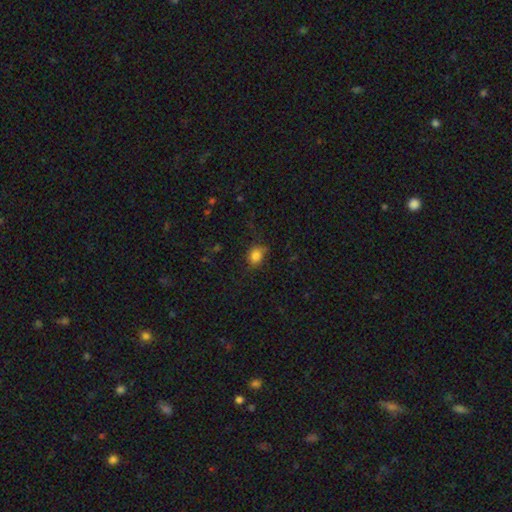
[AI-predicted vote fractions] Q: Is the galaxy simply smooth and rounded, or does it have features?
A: smooth — 83%.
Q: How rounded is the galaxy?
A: in between — 50%.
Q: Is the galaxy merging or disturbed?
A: none — 68%.